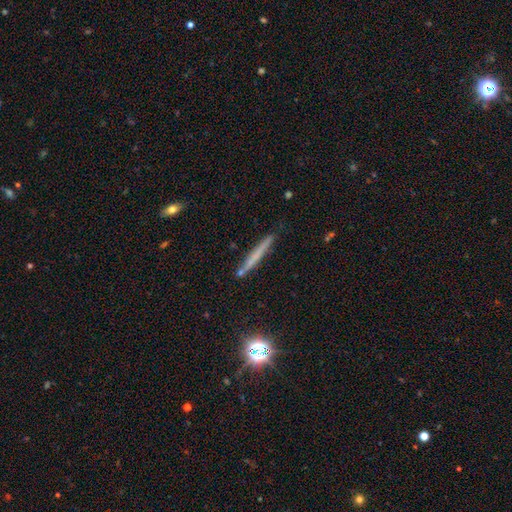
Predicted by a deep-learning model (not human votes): A smooth galaxy with no disk features (52%) that is cigar-shaped (96%). Merging: none (85%).